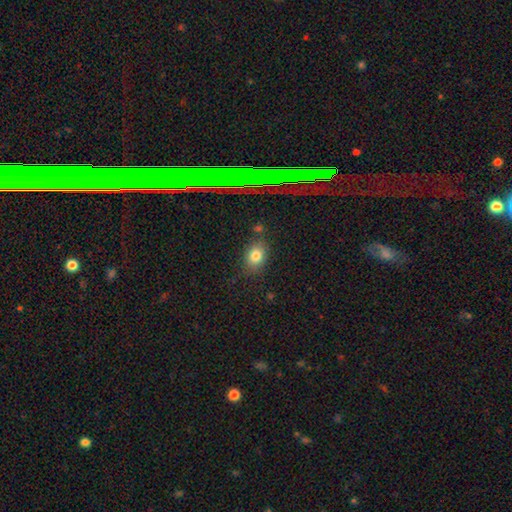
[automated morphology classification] smooth 78%, star or artifact 13%, featured or disk 9%. Down the decision tree: how rounded — in between (62%); merging — none (77%).